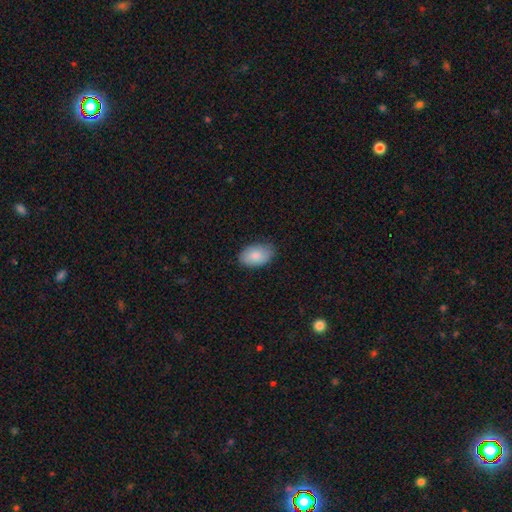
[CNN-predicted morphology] type=smooth (84%); roundness=in between (92%); merging=none (81%).